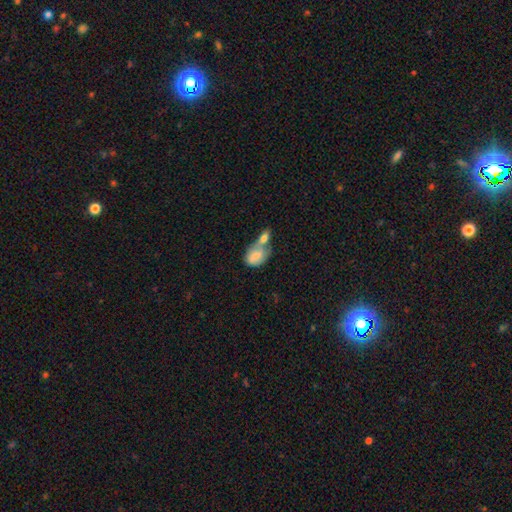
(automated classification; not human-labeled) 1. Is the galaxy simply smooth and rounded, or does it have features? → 68% smooth, 24% featured or disk, 7% star or artifact.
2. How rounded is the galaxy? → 80% in between, 17% round, 2% cigar-shaped.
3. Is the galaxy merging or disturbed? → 67% merger, 16% none, 10% minor disturbance, 7% major disturbance.